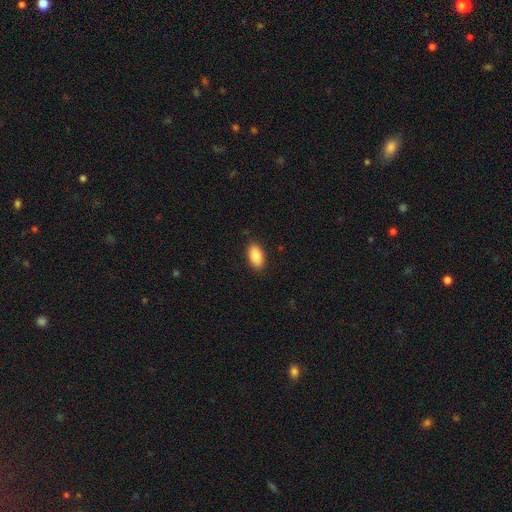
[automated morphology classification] Smooth or featured: smooth — 88% (star or artifact — 7%)
How rounded: in between — 94% (cigar-shaped — 3%)
Merging: none — 88% (minor disturbance — 9%)